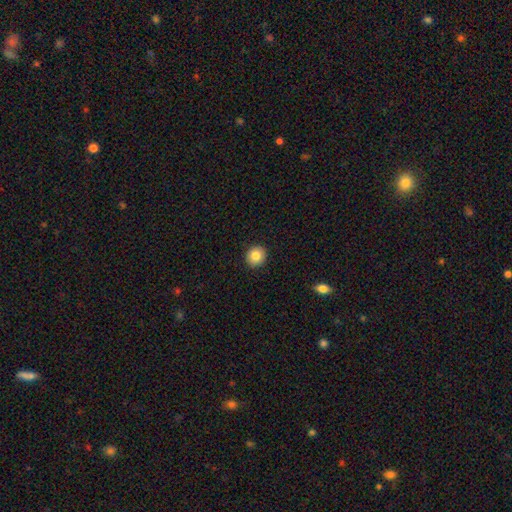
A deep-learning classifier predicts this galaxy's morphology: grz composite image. It shows a smooth galaxy with no disk features (85%) that is round (90%). Merging: none (92%).